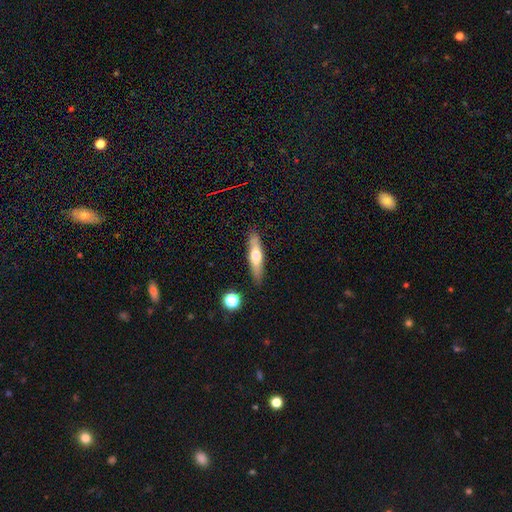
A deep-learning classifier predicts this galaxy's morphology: Overall: smooth (55%; featured or disk 39%). How rounded: cigar-shaped (76%). Merging: none (85%).